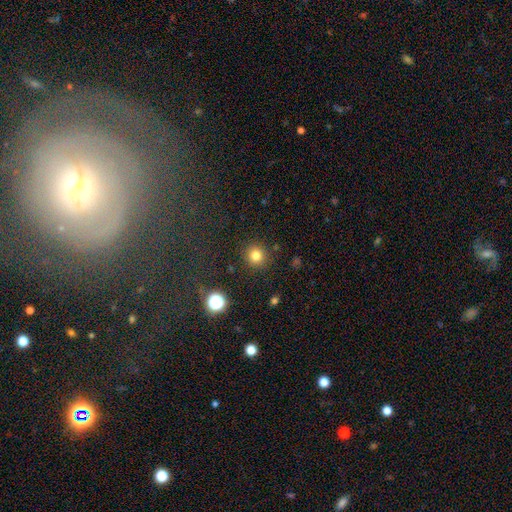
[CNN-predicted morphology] smooth-or-featured: smooth: 80% | star or artifact: 14% | featured or disk: 6%
  how-rounded: round: 93% | in between: 6% | cigar-shaped: 1%
  merging: none: 90% | minor disturbance: 6% | major disturbance: 3% | merger: 2%